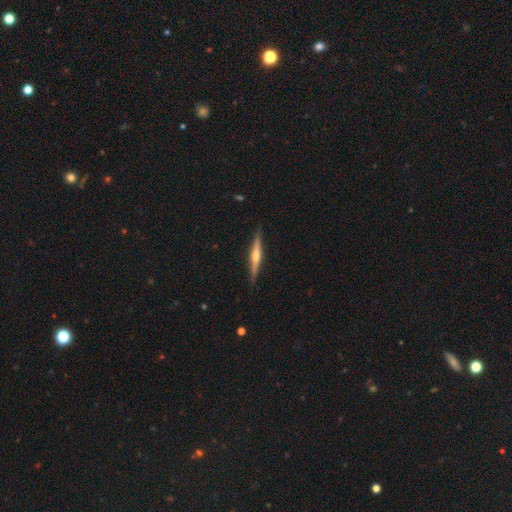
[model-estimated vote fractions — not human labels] Q: Smooth or featured?
A: featured or disk (72%); runner-up: smooth (23%)
Q: Edge-on disk?
A: yes (98%); runner-up: no (2%)
Q: Edge-on bulge?
A: rounded (85%); runner-up: none (7%)
Q: Merging?
A: none (89%); runner-up: minor disturbance (8%)